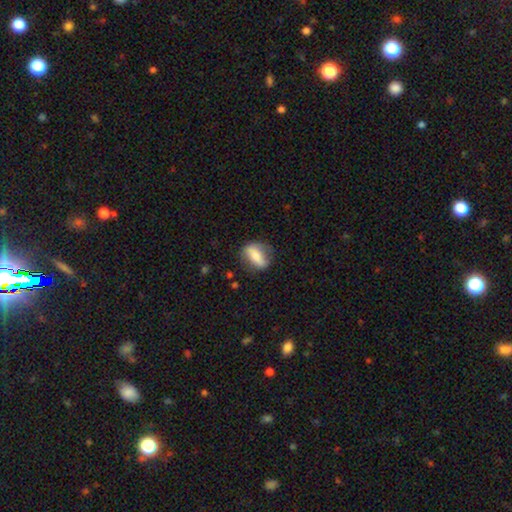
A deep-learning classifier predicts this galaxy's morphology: The model was most divided on "smooth or featured": smooth: 64%, featured or disk: 28%, star or artifact: 7%. More confident: how rounded — in between (72%); merging — none (69%).